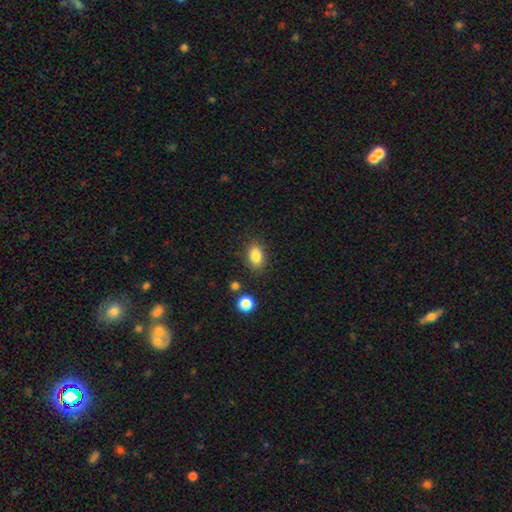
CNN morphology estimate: A smooth galaxy with no disk features (85%) that is in between round and cigar-shaped (83%).

Vote fractions:
- Smooth or featured? smooth: 85% / star or artifact: 9% / featured or disk: 6%
- How rounded? in between: 83% / round: 15% / cigar-shaped: 2%
- Merging? none: 84% / minor disturbance: 10% / major disturbance: 3% / merger: 2%